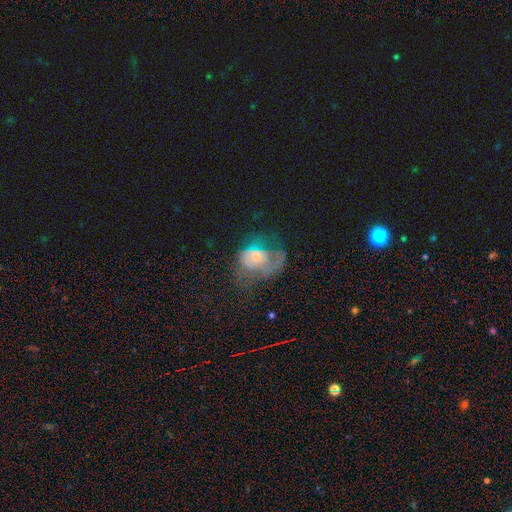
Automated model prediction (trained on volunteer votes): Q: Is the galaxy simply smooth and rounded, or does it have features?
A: featured or disk — 47%.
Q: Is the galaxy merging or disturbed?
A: major disturbance — 50%.